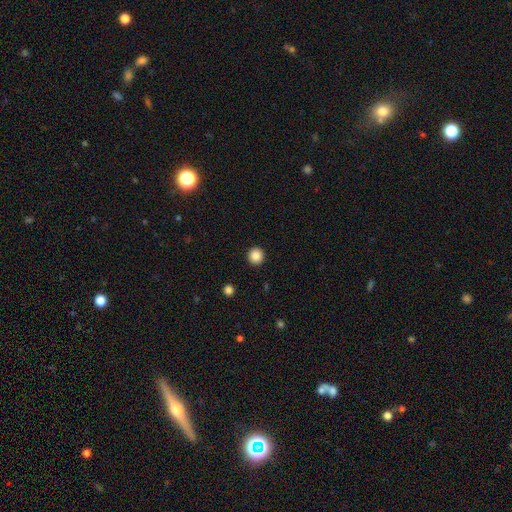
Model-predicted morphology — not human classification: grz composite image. It shows a smooth galaxy with no disk features (86%) that is round (95%). Merging: none (93%).